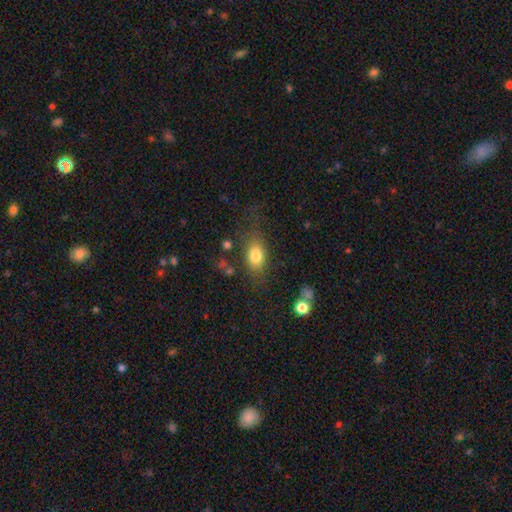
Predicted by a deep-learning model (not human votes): Smooth or featured? smooth (79%)
How rounded? in between (82%)
Merging? none (67%)